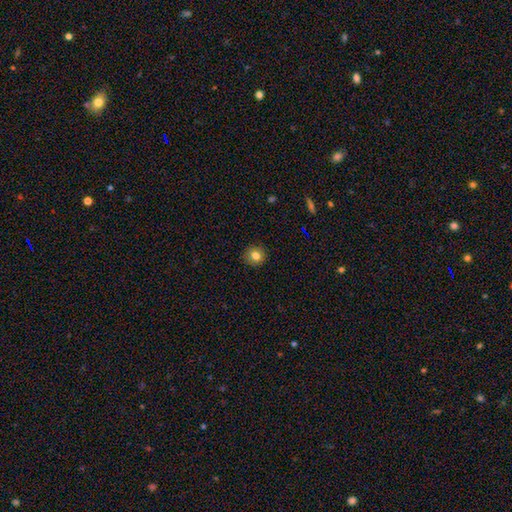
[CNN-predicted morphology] smooth 81%, star or artifact 11%, featured or disk 8%. Down the decision tree: how rounded — round (91%); merging — none (91%).